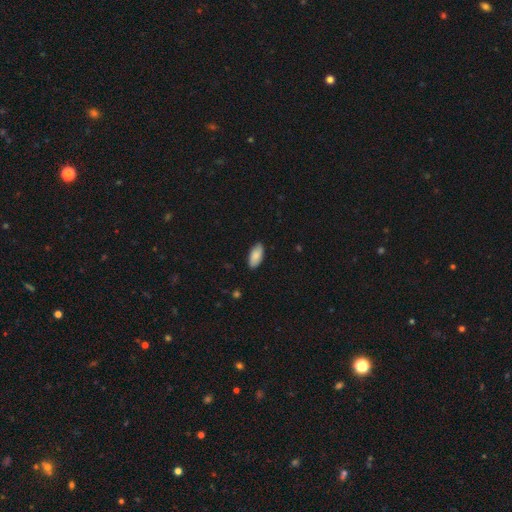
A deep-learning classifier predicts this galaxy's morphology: Smooth or featured?
  - smooth: 88% *
  - featured or disk: 6%
  - star or artifact: 6%
How rounded?
  - in between: 91% *
  - cigar-shaped: 7%
  - round: 2%
Merging?
  - none: 86% *
  - minor disturbance: 11%
  - major disturbance: 2%
  - merger: 1%